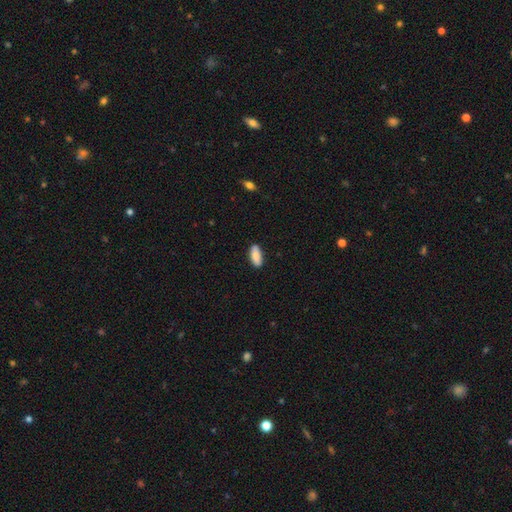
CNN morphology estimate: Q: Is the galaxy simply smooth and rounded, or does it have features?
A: smooth — 83%.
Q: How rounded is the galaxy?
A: in between — 79%.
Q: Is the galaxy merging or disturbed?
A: none — 84%.